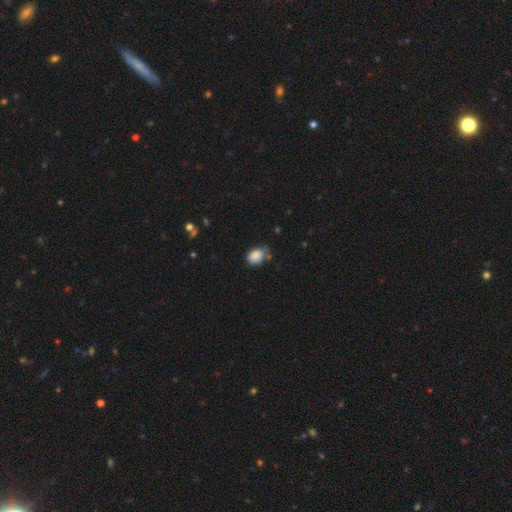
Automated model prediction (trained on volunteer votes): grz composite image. It shows a smooth galaxy with no disk features (85%) that is in between round and cigar-shaped (73%). Merging: none (56%).